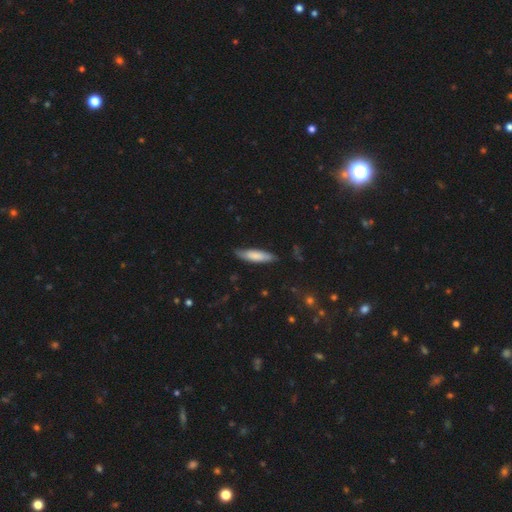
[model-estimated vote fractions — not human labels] Smooth or featured: smooth — 76% (featured or disk — 18%)
How rounded: cigar-shaped — 68% (in between — 30%)
Merging: none — 79% (minor disturbance — 17%)